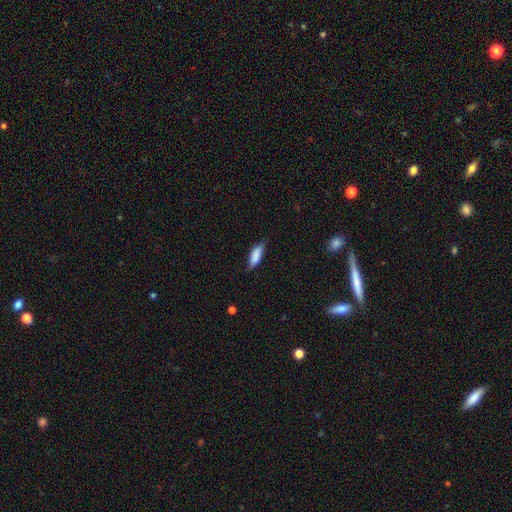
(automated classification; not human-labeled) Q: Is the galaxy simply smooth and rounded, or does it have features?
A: smooth — 82%.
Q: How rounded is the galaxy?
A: in between — 60%.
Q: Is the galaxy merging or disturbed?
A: none — 71%.